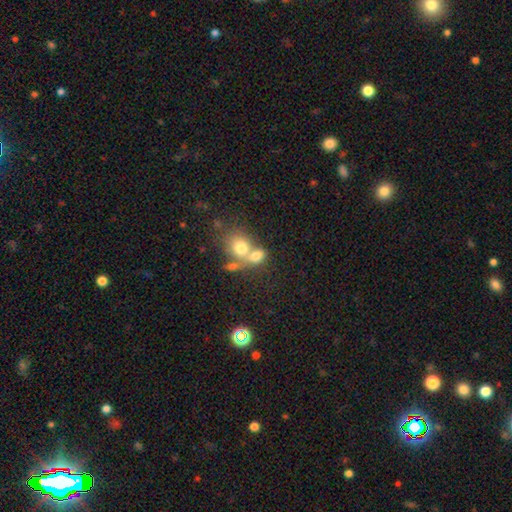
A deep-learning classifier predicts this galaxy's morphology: This appears to be a smooth galaxy with no disk features (73%) that is round (50%). Merging: merger (63%).